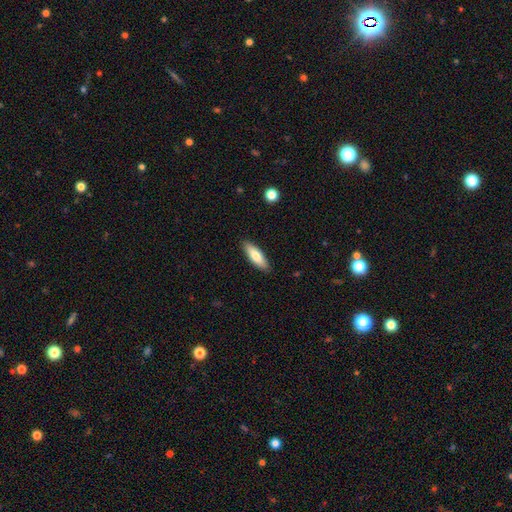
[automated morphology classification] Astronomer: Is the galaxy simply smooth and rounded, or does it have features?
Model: smooth — 78%.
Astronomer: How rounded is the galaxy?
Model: in between — 49%, tied with cigar-shaped at 49%.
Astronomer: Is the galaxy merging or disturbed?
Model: none — 89%.